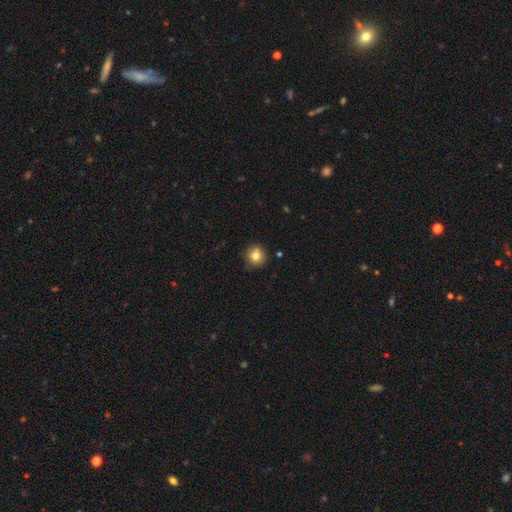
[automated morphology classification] Smooth or featured? Predicted: smooth (p=0.80). How rounded? Predicted: round (p=0.93). Merging? Predicted: none (p=0.86).